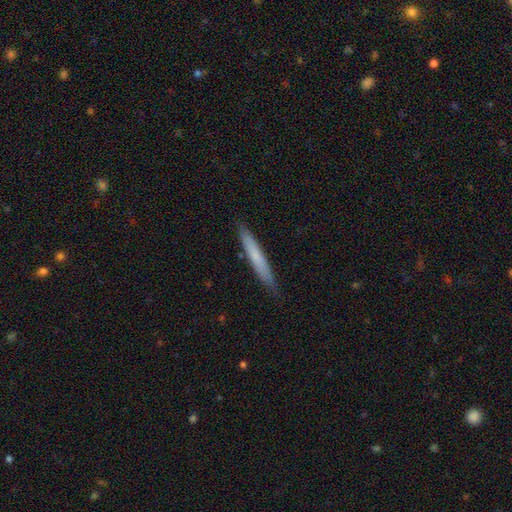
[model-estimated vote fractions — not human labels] This is likely a smooth galaxy (67%). How rounded: clearly cigar-shaped (95%). Merging: clearly none (88%).